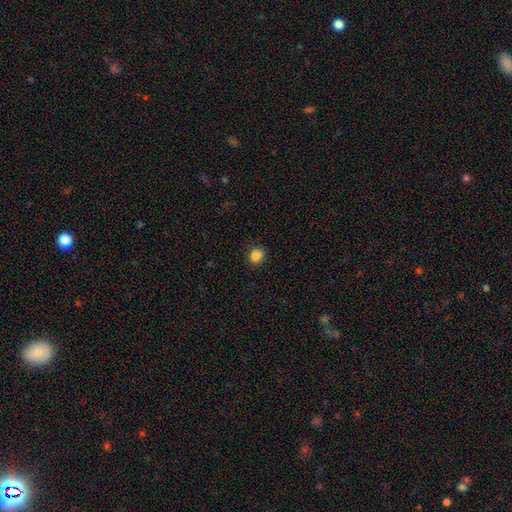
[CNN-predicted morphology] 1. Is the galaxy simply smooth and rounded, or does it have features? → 85% smooth, 12% star or artifact, 3% featured or disk.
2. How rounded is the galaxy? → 66% round, 33% in between, 1% cigar-shaped.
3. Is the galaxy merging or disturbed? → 83% none, 13% minor disturbance, 3% major disturbance, 2% merger.